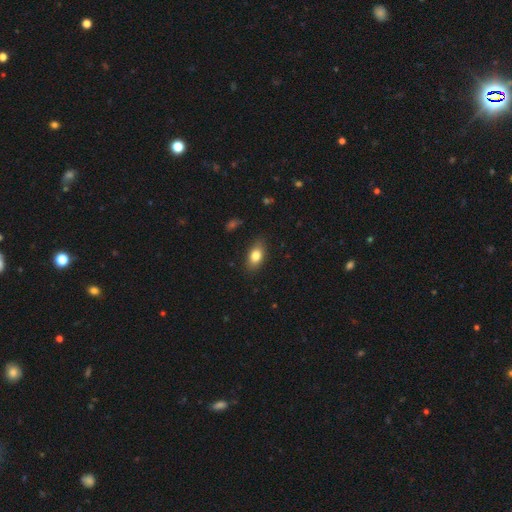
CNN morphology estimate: smooth_or_featured: smooth (p=0.81) [alt: featured or disk p=0.11]
how_rounded: in between (p=0.86) [alt: round p=0.10]
merging: none (p=0.83) [alt: minor disturbance p=0.13]